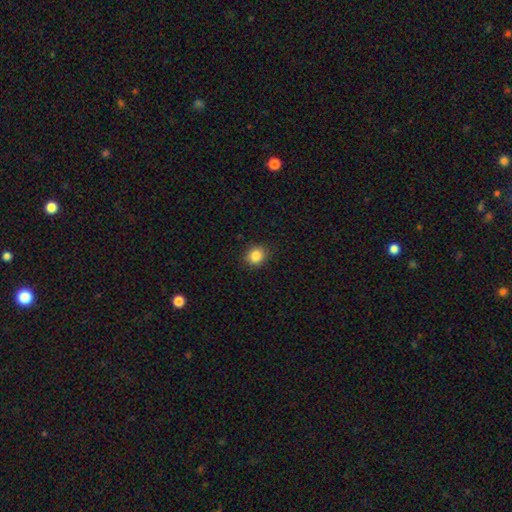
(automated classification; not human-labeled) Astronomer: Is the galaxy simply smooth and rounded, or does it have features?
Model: smooth — 86%.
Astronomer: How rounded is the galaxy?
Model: round — 76%.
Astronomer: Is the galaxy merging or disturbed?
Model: none — 88%.